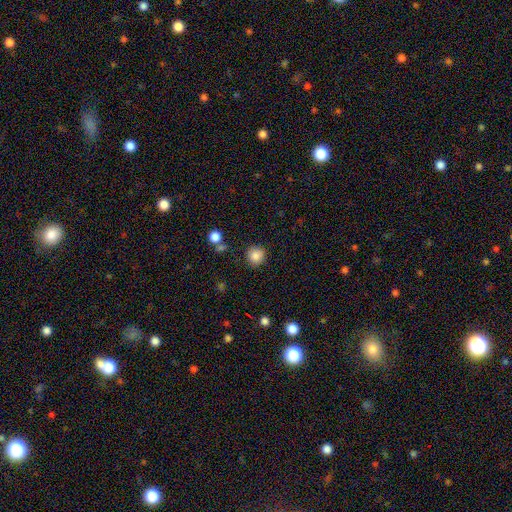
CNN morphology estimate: This appears to be a smooth galaxy with no disk features (86%) that is round (93%). Merging: none (88%).